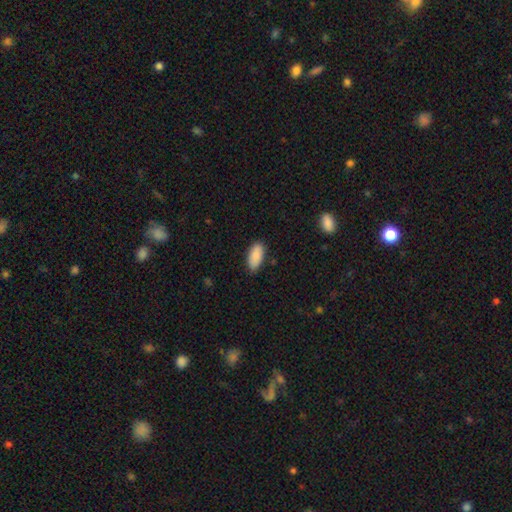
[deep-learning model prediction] smooth-or-featured: smooth: 87% | featured or disk: 7% | star or artifact: 6%
  how-rounded: in between: 92% | cigar-shaped: 6% | round: 2%
  merging: none: 85% | minor disturbance: 11% | major disturbance: 2% | merger: 1%